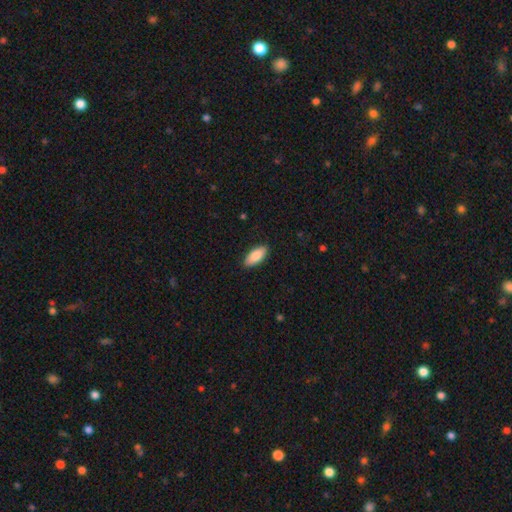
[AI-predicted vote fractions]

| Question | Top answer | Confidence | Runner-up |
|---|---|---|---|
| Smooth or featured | smooth | 86% | featured or disk (8%) |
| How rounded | in between | 84% | cigar-shaped (14%) |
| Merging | none | 89% | minor disturbance (8%) |